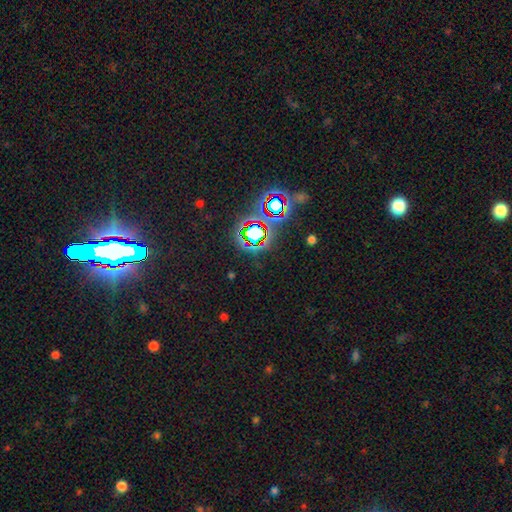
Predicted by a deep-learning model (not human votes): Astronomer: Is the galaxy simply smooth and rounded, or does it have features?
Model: star or artifact — 79%.